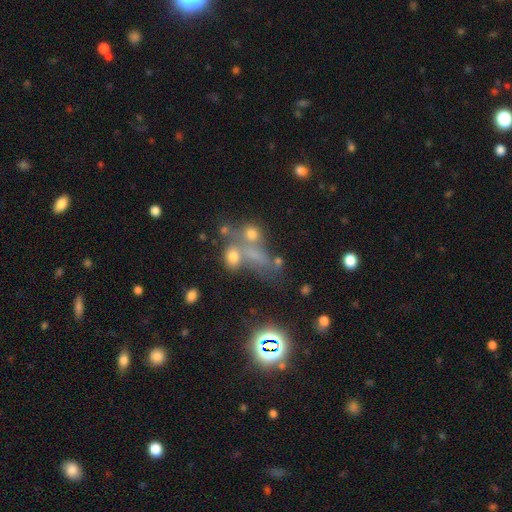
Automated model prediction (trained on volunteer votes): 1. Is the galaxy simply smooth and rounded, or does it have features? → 52% smooth, 30% star or artifact, 18% featured or disk.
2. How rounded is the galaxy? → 56% in between, 32% round, 12% cigar-shaped.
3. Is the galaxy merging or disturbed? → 39% merger, 35% none, 13% minor disturbance, 13% major disturbance.